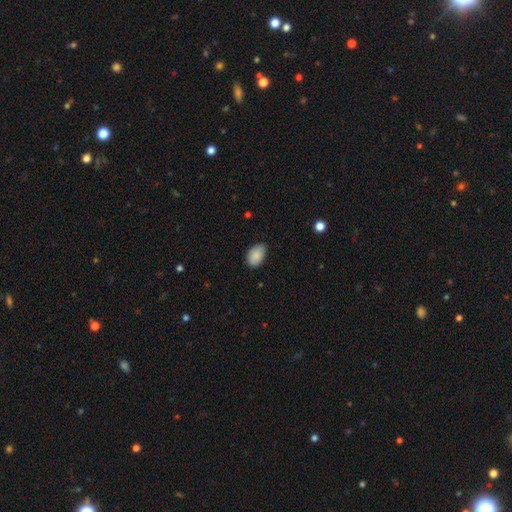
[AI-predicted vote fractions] smooth 88%, star or artifact 7%, featured or disk 5%. Down the decision tree: how rounded — in between (88%); merging — none (78%).